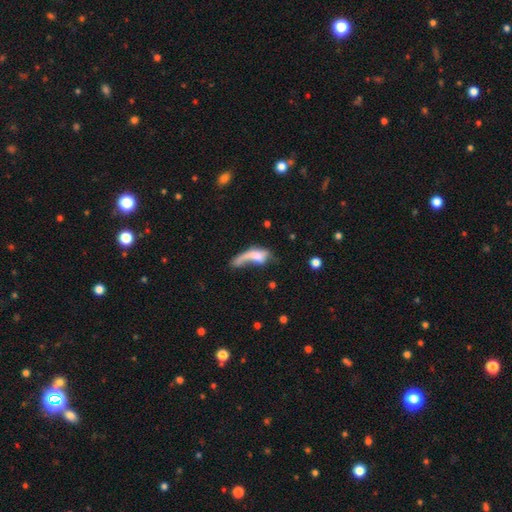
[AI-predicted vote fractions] This is possibly a smooth galaxy (54%). How rounded: likely in between (60%). Merging: possibly major disturbance (47%).